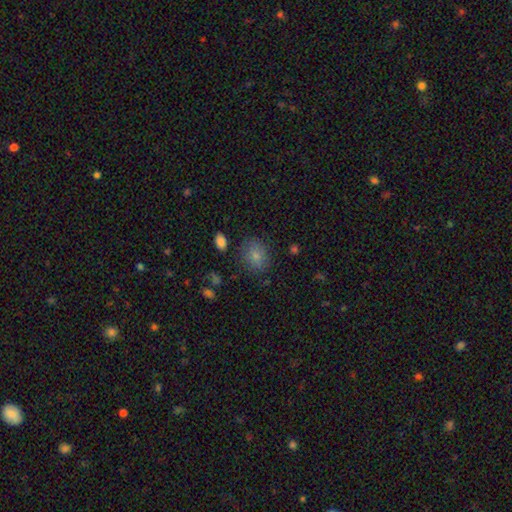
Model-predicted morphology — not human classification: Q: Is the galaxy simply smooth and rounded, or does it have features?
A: smooth — 80%.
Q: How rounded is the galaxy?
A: round — 51%.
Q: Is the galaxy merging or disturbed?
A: none — 78%.